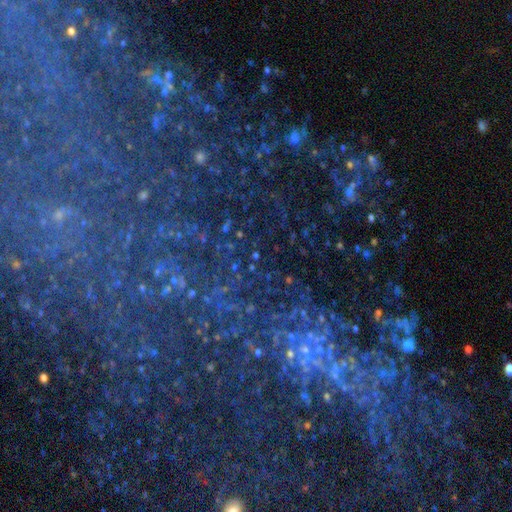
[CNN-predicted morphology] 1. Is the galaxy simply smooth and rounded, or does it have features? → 82% star or artifact, 9% smooth, 9% featured or disk.